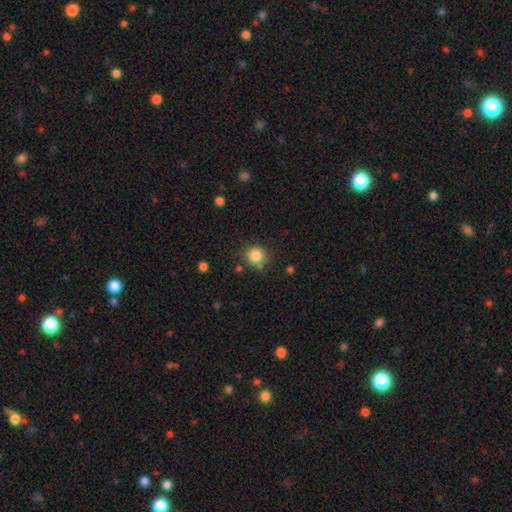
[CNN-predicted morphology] Smooth or featured?
  - smooth: 83% *
  - star or artifact: 11%
  - featured or disk: 5%
How rounded?
  - round: 88% *
  - in between: 11%
  - cigar-shaped: 1%
Merging?
  - none: 78% *
  - minor disturbance: 13%
  - merger: 5%
  - major disturbance: 4%